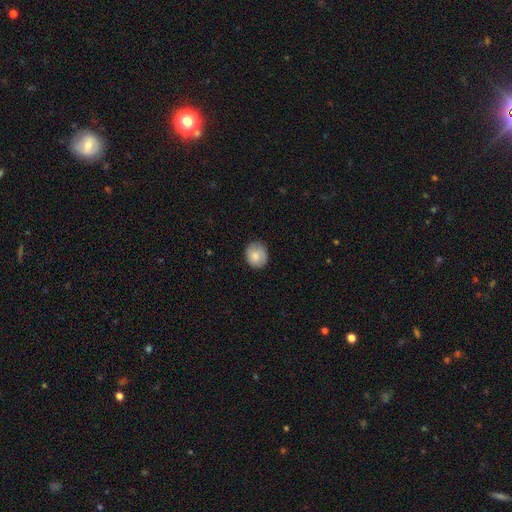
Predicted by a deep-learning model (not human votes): Smooth or featured? Predicted: smooth (p=0.81). How rounded? Predicted: round (p=0.72). Merging? Predicted: none (p=0.82).